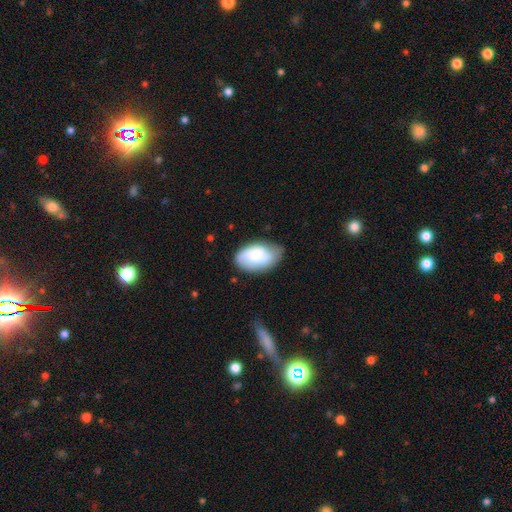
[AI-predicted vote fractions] Morphology: type=smooth (61%); roundness=in between (92%); merging=none (59%).